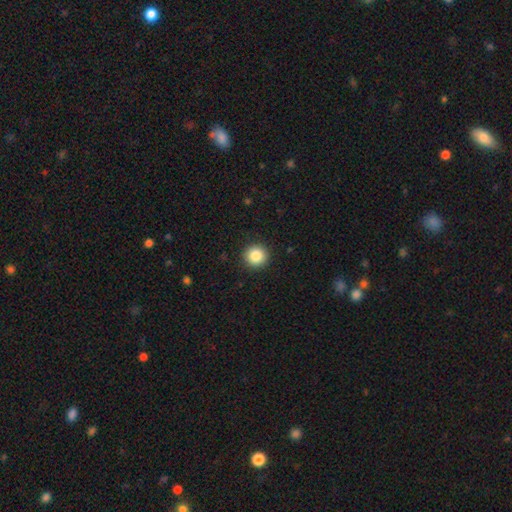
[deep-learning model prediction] Q: Smooth or featured?
A: smooth (86%); runner-up: star or artifact (10%)
Q: How rounded?
A: round (95%); runner-up: in between (4%)
Q: Merging?
A: none (92%); runner-up: minor disturbance (5%)